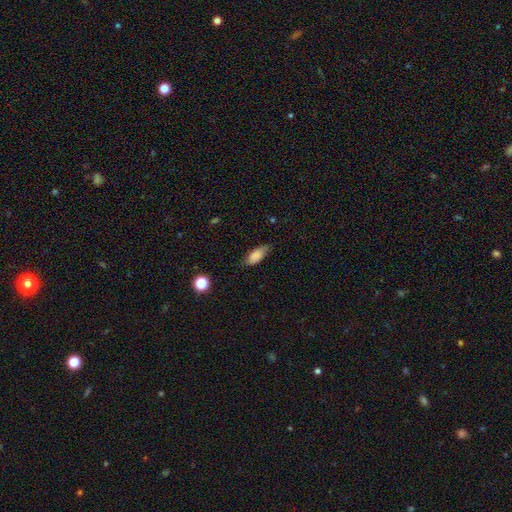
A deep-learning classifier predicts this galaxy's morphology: Smooth or featured? smooth (81%)
How rounded? in between (81%)
Merging? none (65%)